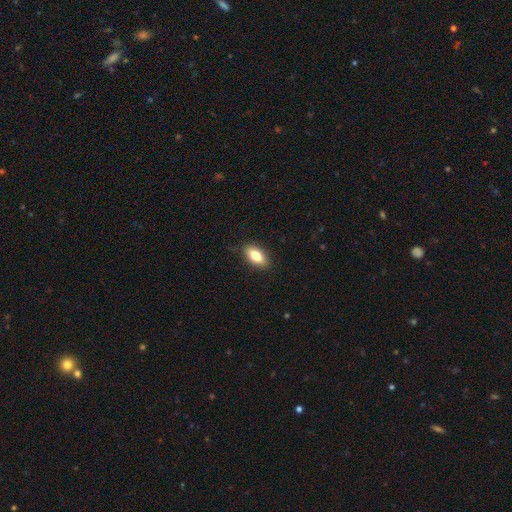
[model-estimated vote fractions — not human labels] Smooth or featured? smooth (80%)
How rounded? in between (88%)
Merging? none (85%)